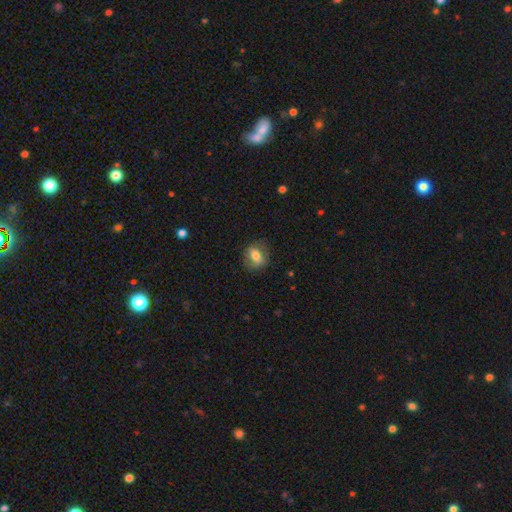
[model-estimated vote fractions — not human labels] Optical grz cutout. It shows a smooth galaxy with no disk features (68%) that is in between round and cigar-shaped (62%). Merging: none (76%).